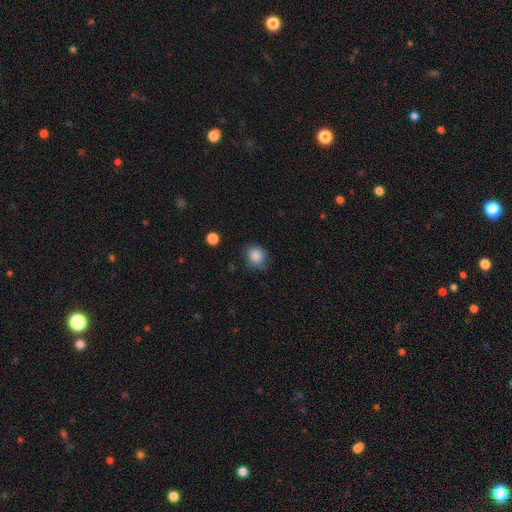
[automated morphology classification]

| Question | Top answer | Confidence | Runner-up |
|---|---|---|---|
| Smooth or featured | smooth | 86% | star or artifact (9%) |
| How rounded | round | 72% | in between (28%) |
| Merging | none | 67% | minor disturbance (25%) |